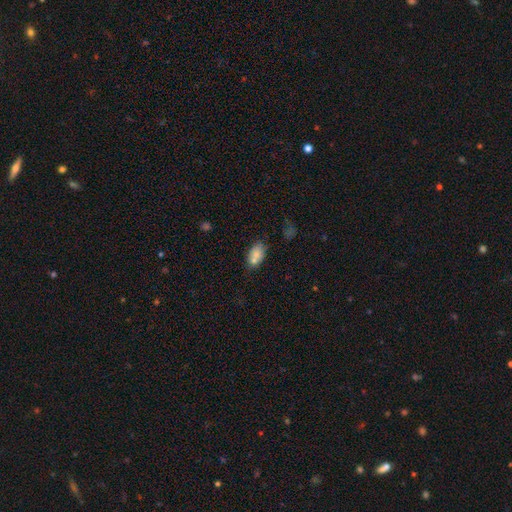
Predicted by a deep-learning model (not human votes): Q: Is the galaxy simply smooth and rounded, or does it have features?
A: smooth — 75%.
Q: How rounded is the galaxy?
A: in between — 86%.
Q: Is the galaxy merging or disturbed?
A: none — 50%.